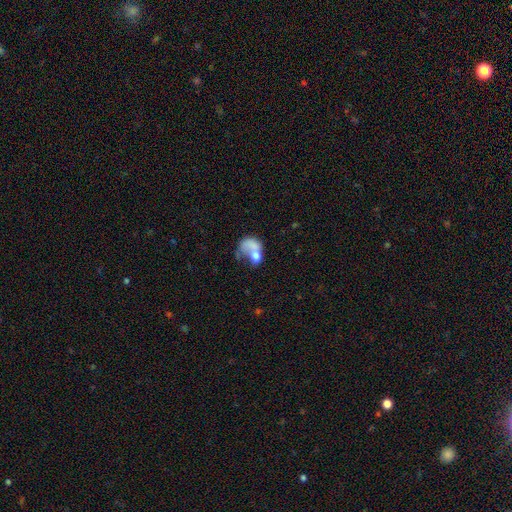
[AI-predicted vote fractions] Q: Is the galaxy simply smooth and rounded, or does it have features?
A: featured or disk — 44%.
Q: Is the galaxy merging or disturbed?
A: merger — 38%.